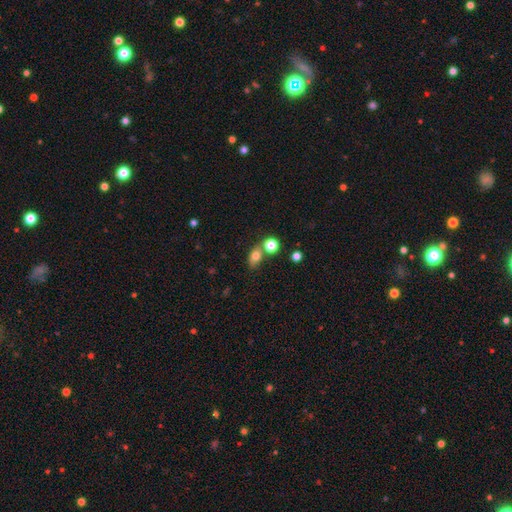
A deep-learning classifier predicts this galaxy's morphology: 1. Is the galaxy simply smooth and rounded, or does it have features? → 76% smooth, 13% star or artifact, 11% featured or disk.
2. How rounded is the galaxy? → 66% in between, 31% round, 3% cigar-shaped.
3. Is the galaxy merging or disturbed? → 57% none, 24% merger, 14% minor disturbance, 5% major disturbance.